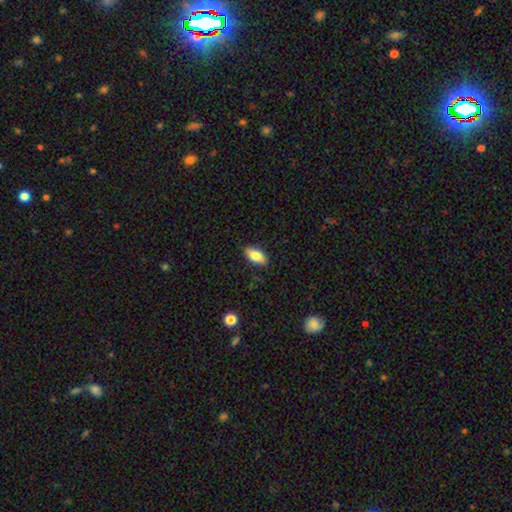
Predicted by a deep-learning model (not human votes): smooth_or_featured: smooth (p=0.80) [alt: featured or disk p=0.13]
how_rounded: in between (p=0.90) [alt: cigar-shaped p=0.07]
merging: none (p=0.88) [alt: minor disturbance p=0.09]